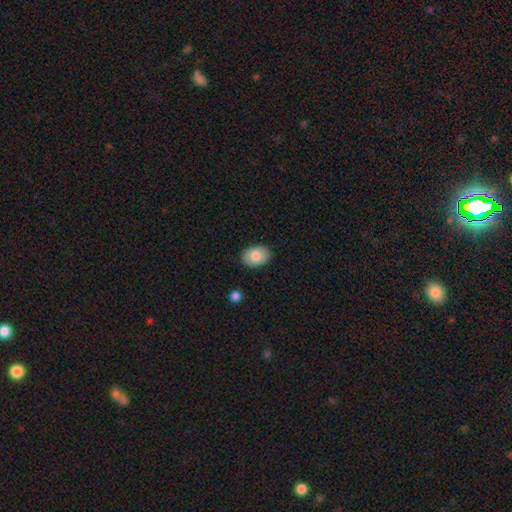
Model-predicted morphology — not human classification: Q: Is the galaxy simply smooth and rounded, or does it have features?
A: smooth — 81%.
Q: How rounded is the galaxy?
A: in between — 79%.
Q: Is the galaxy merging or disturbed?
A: none — 87%.